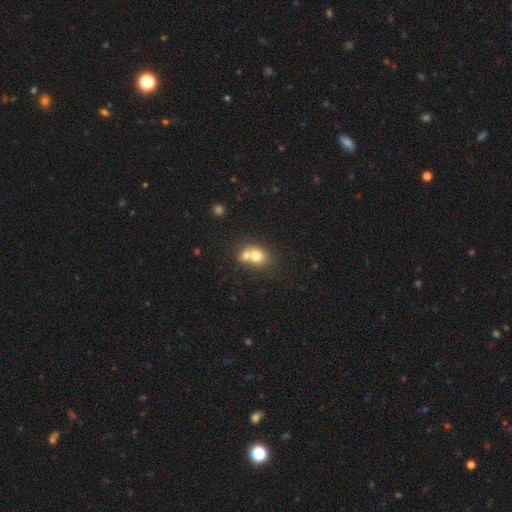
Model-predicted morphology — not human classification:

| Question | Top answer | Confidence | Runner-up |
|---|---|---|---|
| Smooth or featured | smooth | 71% | featured or disk (18%) |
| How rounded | round | 62% | in between (37%) |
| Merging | merger | 61% | none (30%) |